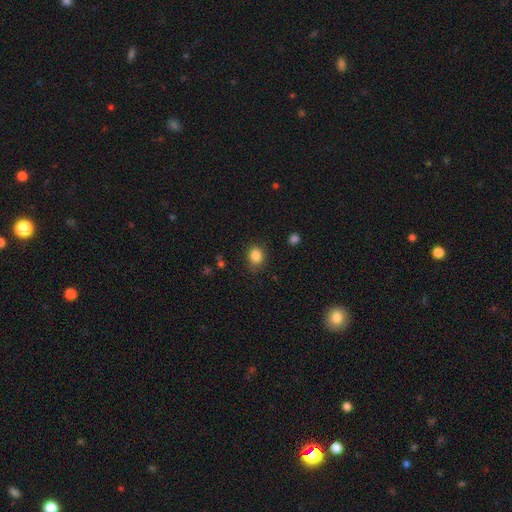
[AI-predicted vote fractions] This appears to be a smooth galaxy with no disk features (84%) that is round (64%). Merging: none (83%).